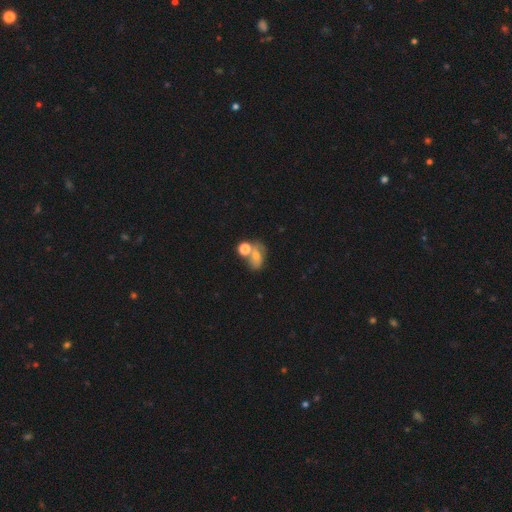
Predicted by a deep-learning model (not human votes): smooth 61%, featured or disk 23%, star or artifact 16%. Down the decision tree: how rounded — in between (62%); merging — merger (42%).